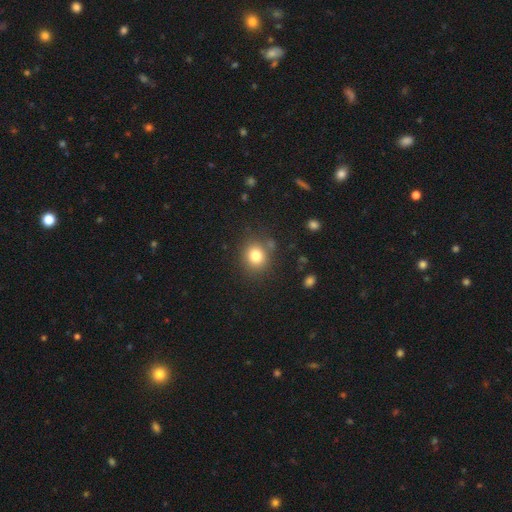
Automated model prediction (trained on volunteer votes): Smooth or featured? smooth (79%)
How rounded? round (81%)
Merging? none (81%)